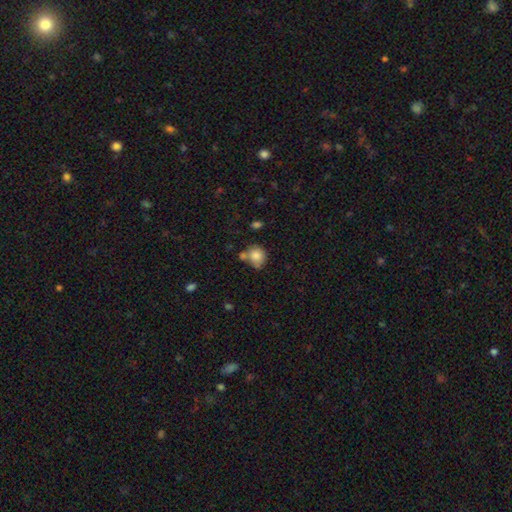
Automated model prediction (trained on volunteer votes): A smooth galaxy with no disk features (83%) that is round (71%). Merging: none (51%).